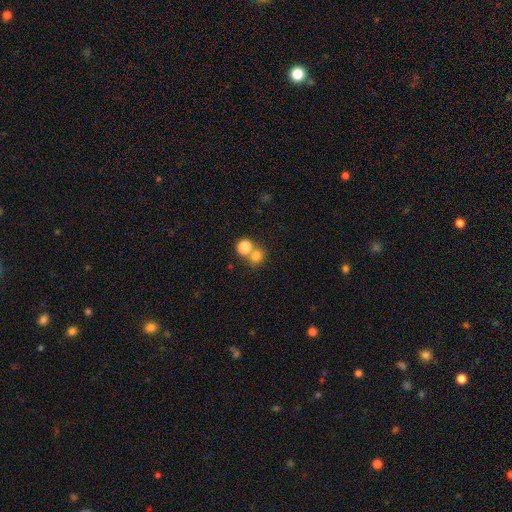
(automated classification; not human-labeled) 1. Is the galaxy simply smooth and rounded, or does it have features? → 77% smooth, 14% star or artifact, 8% featured or disk.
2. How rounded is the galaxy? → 78% round, 21% in between, 1% cigar-shaped.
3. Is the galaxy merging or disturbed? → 50% none, 40% merger, 6% minor disturbance, 3% major disturbance.